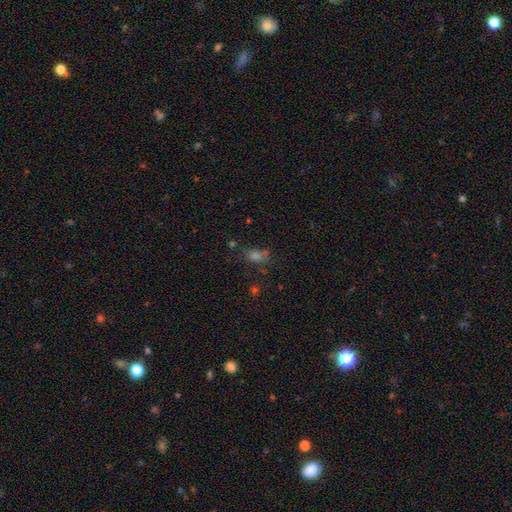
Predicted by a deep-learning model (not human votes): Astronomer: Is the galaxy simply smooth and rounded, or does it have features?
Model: smooth — 57% (runner-up: star or artifact, 32%).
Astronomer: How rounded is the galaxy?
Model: in between — 73%.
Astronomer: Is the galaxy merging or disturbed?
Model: none — 65%.